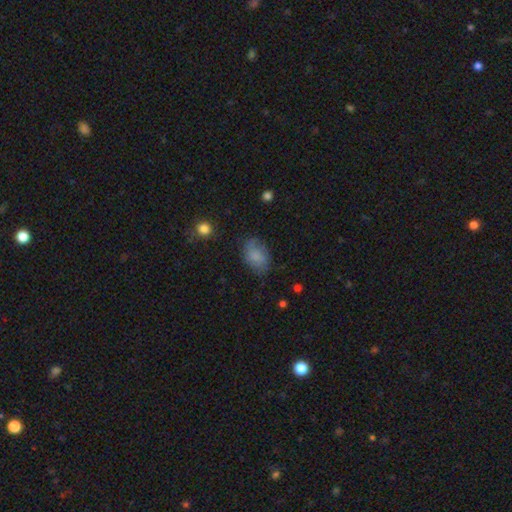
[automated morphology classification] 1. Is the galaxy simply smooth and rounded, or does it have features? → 75% smooth, 16% featured or disk, 9% star or artifact.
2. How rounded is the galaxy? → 87% in between, 12% round, 1% cigar-shaped.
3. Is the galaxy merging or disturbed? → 65% none, 24% minor disturbance, 8% major disturbance, 2% merger.